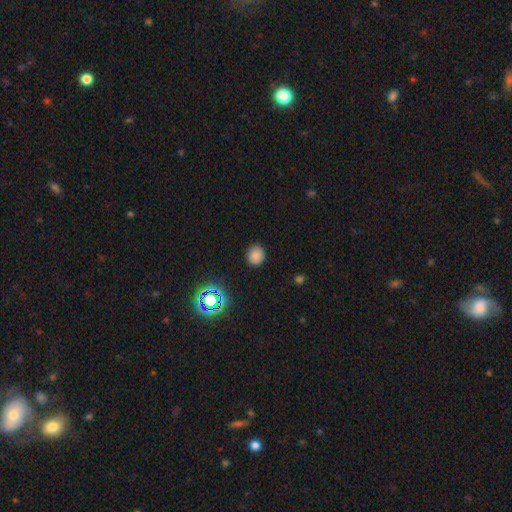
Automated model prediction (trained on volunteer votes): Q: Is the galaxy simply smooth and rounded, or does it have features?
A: smooth — 80%.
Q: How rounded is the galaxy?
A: round — 79%.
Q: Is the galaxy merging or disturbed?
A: none — 87%.